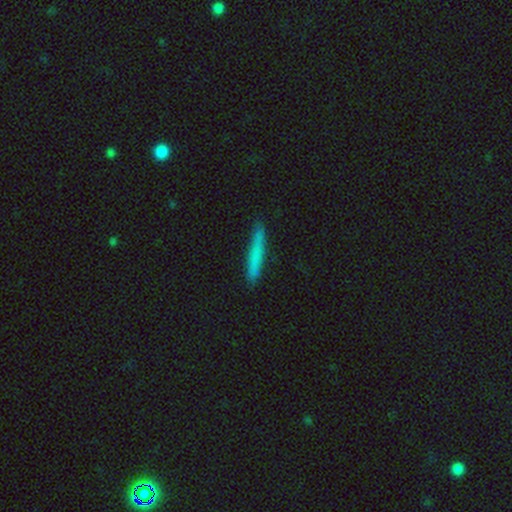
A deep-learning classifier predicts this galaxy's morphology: smooth 75%, featured or disk 18%, star or artifact 6%. Down the decision tree: how rounded — cigar-shaped (95%); merging — none (86%).